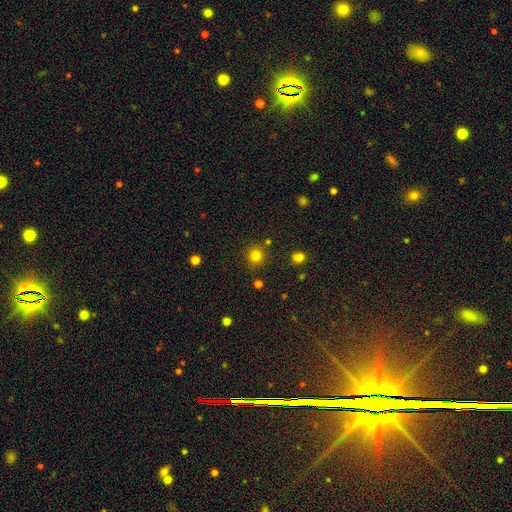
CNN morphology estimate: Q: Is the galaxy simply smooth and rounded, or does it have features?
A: smooth — 79%.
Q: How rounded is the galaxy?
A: round — 92%.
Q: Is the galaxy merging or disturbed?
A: none — 86%.